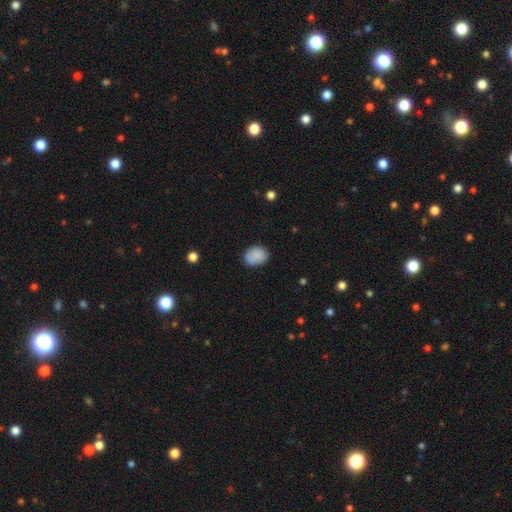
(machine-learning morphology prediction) Overall: smooth (87%). How rounded: in between (60%; round 39%). Merging: none (79%).